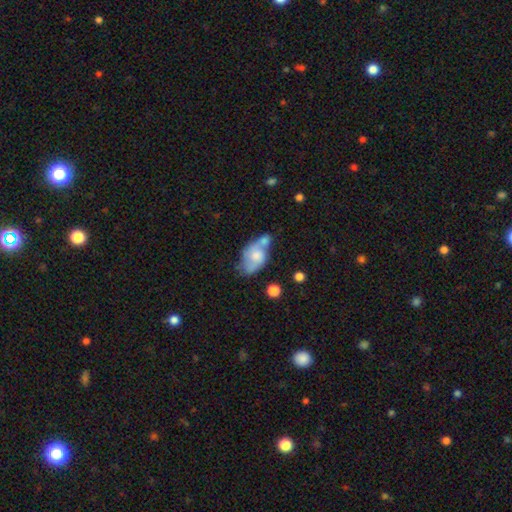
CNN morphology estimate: type=smooth (47%); merging=merger (38%).